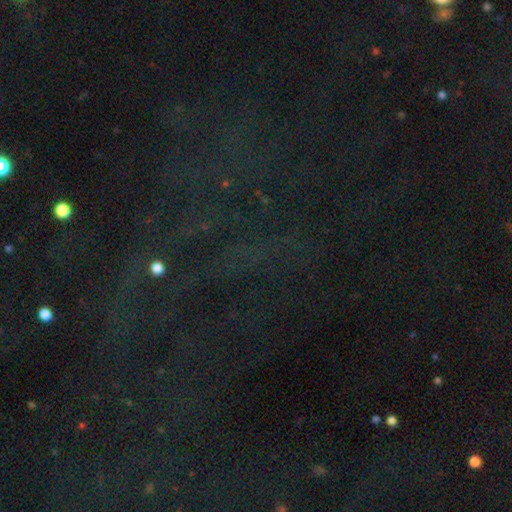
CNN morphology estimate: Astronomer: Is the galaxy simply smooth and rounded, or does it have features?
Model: star or artifact — 78%.